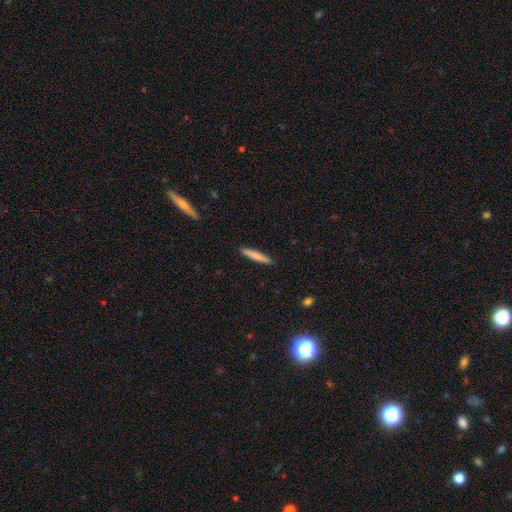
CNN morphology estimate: Overall: smooth (78%). How rounded: cigar-shaped (94%). Merging: none (92%).